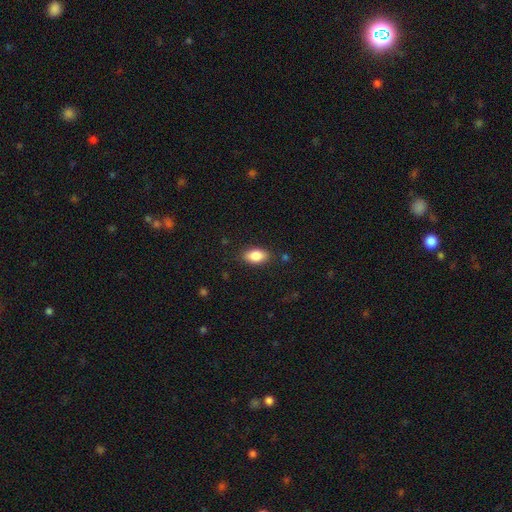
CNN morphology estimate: Overall: smooth (85%). How rounded: in between (90%). Merging: none (86%).